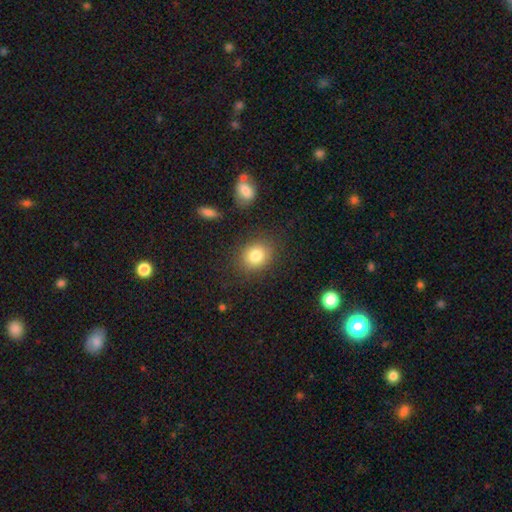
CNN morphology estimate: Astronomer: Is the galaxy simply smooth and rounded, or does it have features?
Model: smooth — 83%.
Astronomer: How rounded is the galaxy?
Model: round — 60% (runner-up: in between, 39%).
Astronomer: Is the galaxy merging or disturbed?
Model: none — 83%.